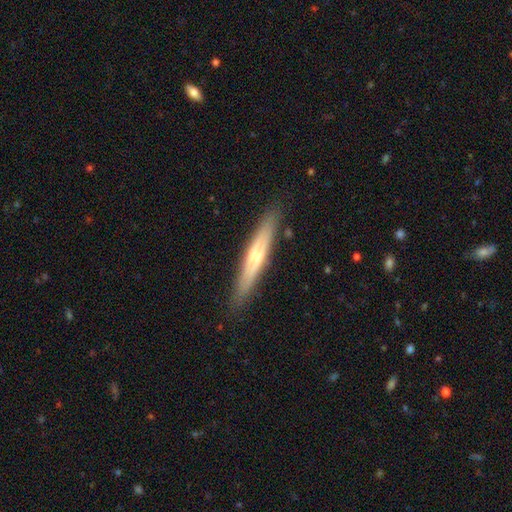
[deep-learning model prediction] Smooth or featured? Predicted: featured or disk (p=0.52). Edge-on disk? Predicted: yes (p=0.92). Merging? Predicted: none (p=0.88).